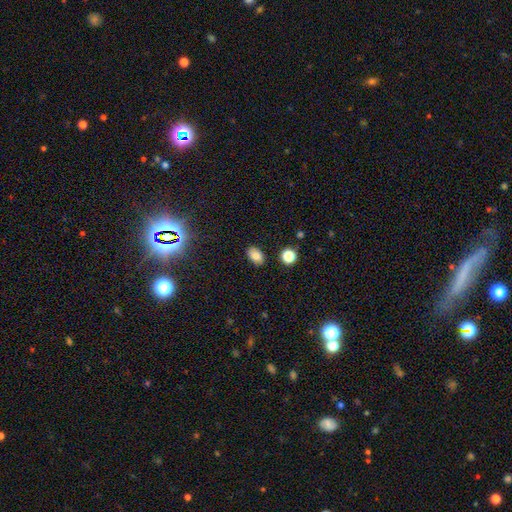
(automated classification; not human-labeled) smooth-or-featured: smooth: 81% | star or artifact: 12% | featured or disk: 7%
  how-rounded: in between: 86% | round: 13% | cigar-shaped: 1%
  merging: none: 86% | minor disturbance: 10% | major disturbance: 2% | merger: 2%